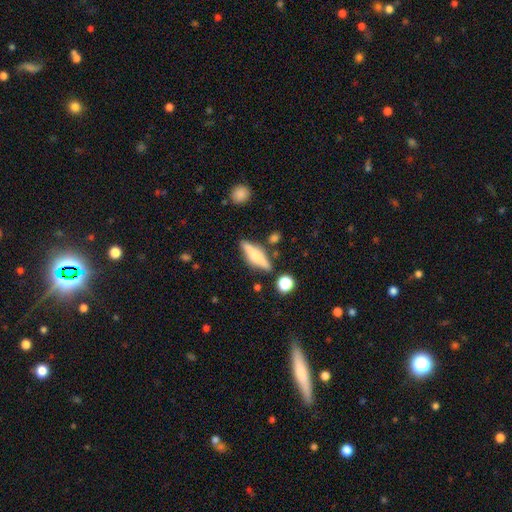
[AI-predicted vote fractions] smooth-or-featured: featured or disk: 49% | smooth: 43% | star or artifact: 7%
  merging: none: 79% | minor disturbance: 12% | merger: 5% | major disturbance: 3%